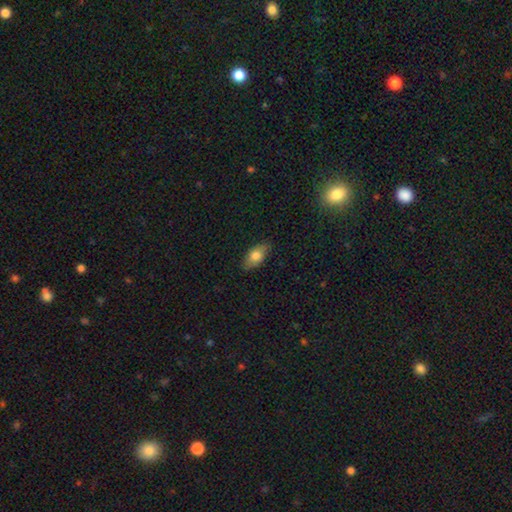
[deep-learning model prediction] smooth 77%, featured or disk 15%, star or artifact 7%. Down the decision tree: how rounded — in between (89%); merging — none (84%).